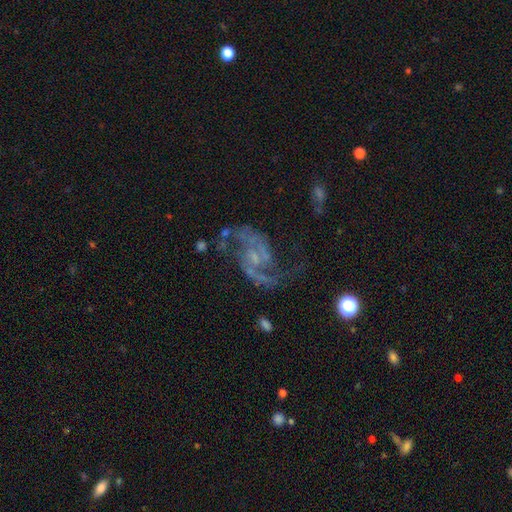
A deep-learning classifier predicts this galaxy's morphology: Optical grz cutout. It shows a featured or disk galaxy (88%) with no bar (48%), 2 (91%) medium (48%) spiral arms (96%) and a small central bulge (55%). Merging: none (62%).